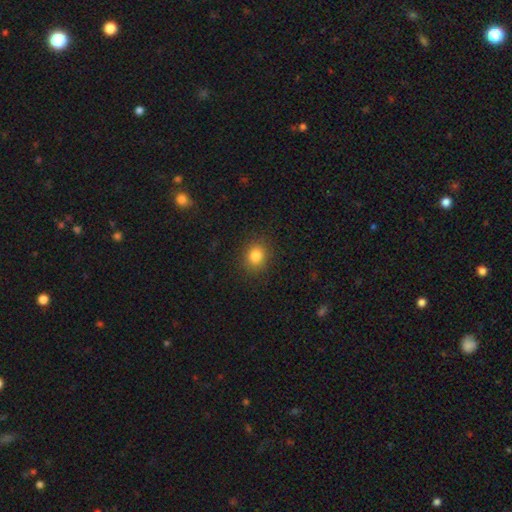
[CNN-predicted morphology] type=smooth (84%); roundness=round (69%); merging=none (89%).